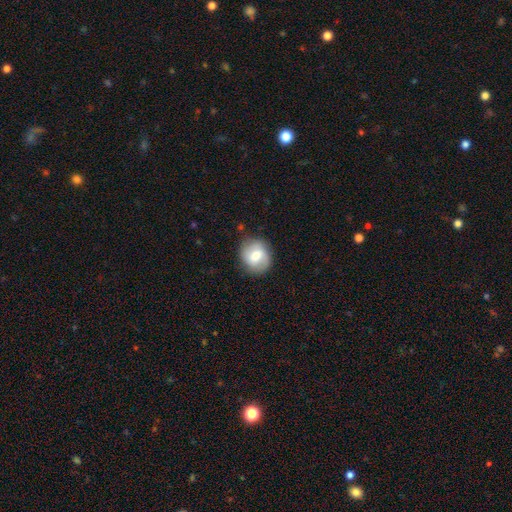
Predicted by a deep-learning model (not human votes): Morphology: type=smooth (63%); roundness=round (72%); merging=none (81%).